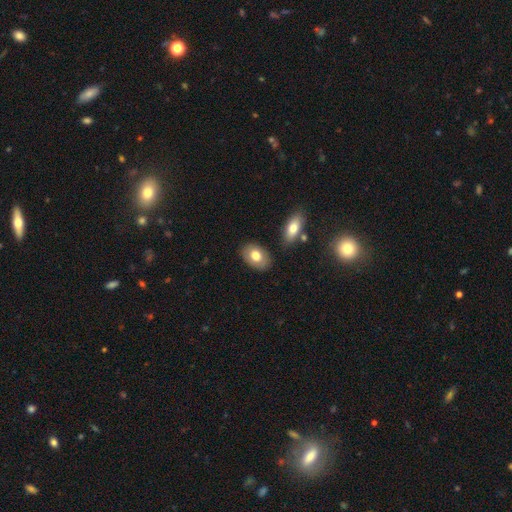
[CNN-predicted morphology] Smooth or featured?
  - smooth: 76% *
  - featured or disk: 18%
  - star or artifact: 7%
How rounded?
  - in between: 87% *
  - round: 12%
  - cigar-shaped: 1%
Merging?
  - none: 83% *
  - minor disturbance: 11%
  - merger: 4%
  - major disturbance: 3%